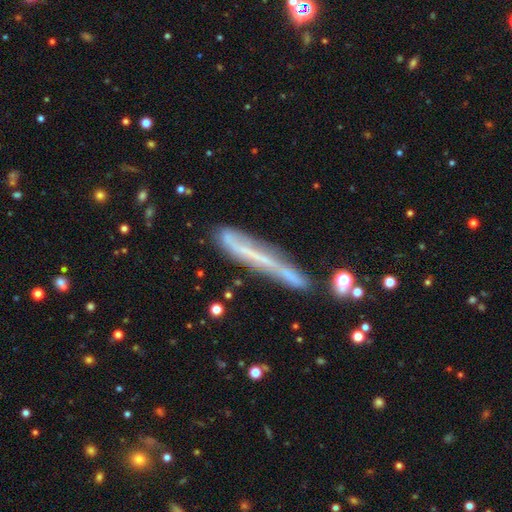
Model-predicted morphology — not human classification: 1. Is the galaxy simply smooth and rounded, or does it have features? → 55% featured or disk, 34% smooth, 10% star or artifact.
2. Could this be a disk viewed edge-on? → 79% yes, 21% no.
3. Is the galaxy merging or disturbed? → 65% none, 22% minor disturbance, 8% major disturbance, 6% merger.